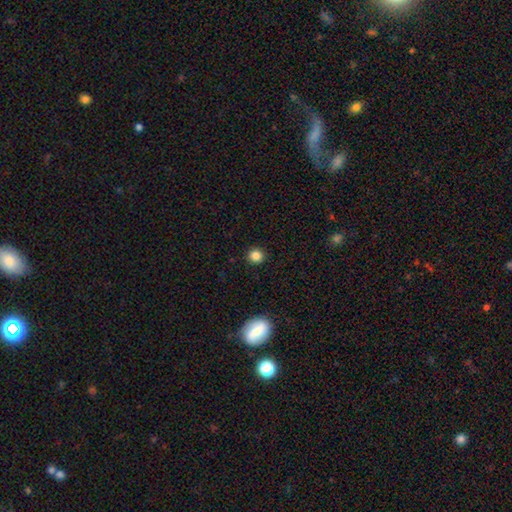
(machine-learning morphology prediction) Overall: smooth (84%). How rounded: round (92%). Merging: none (92%).